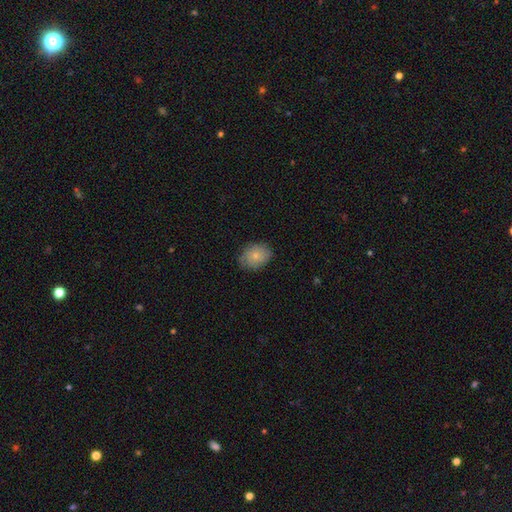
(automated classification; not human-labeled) This is likely a smooth galaxy (73%). How rounded: likely in between (61%). Merging: likely none (75%).